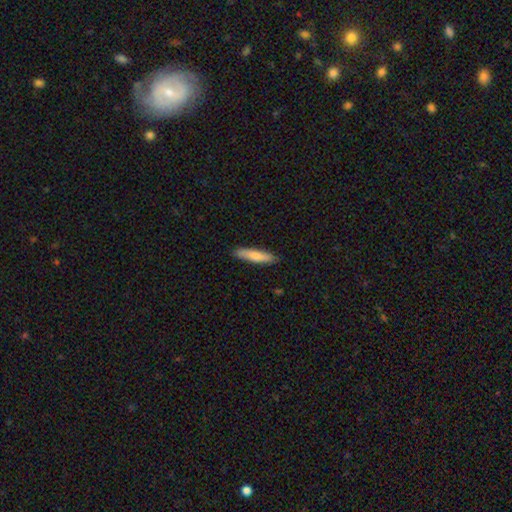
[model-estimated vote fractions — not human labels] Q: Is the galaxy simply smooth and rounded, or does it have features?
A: smooth — 78%.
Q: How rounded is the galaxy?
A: cigar-shaped — 86%.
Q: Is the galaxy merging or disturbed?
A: none — 87%.